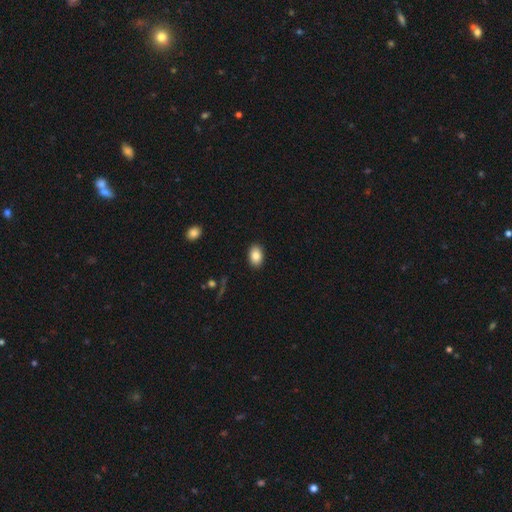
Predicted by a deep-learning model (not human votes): This appears to be a smooth galaxy with no disk features (85%) that is in between round and cigar-shaped (86%). Merging: none (90%).